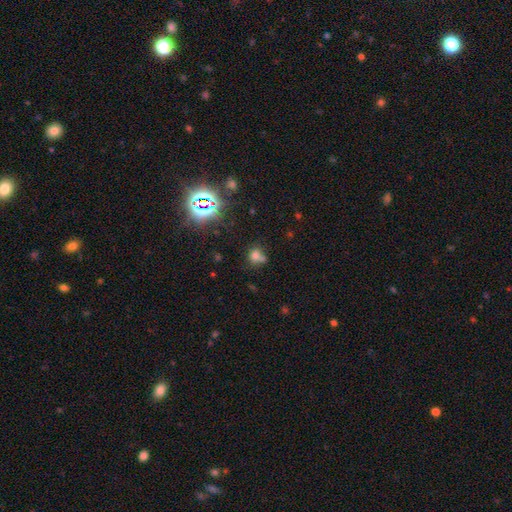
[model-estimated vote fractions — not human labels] smooth 65%, star or artifact 23%, featured or disk 11%. Down the decision tree: how rounded — round (73%); merging — none (46%).